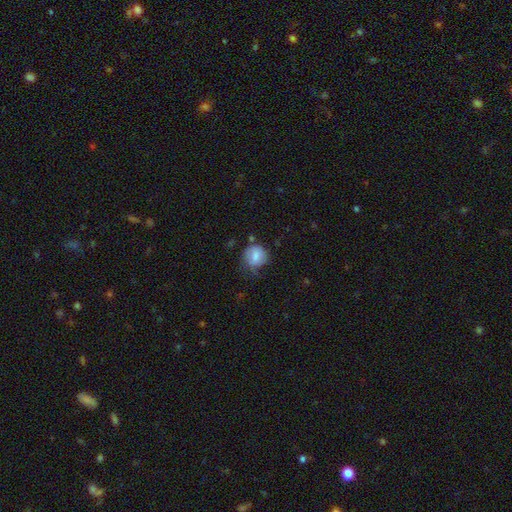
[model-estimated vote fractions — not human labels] smooth 72%, featured or disk 19%, star or artifact 9%. Down the decision tree: how rounded — round (76%); merging — none (49%).